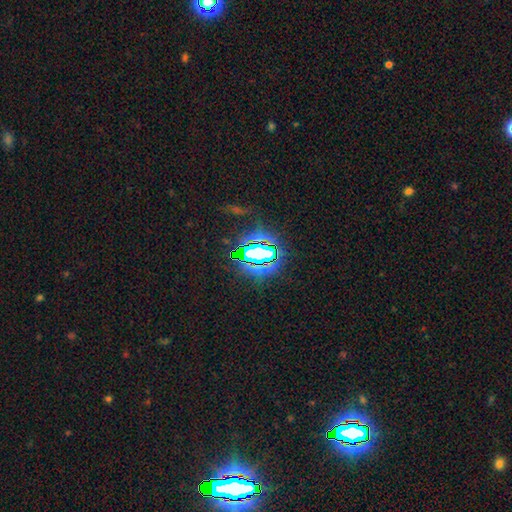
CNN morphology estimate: Q: Smooth or featured?
A: star or artifact (73%); runner-up: smooth (15%)